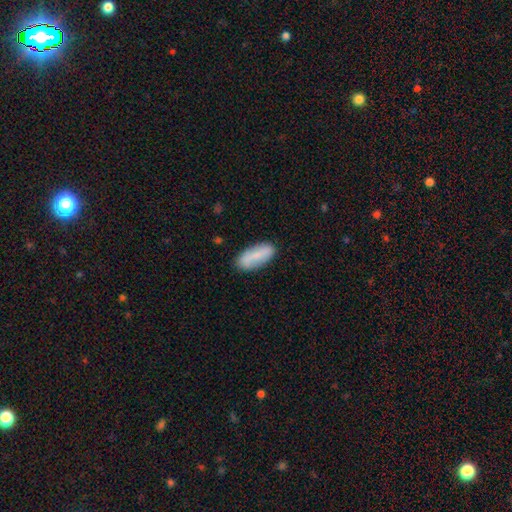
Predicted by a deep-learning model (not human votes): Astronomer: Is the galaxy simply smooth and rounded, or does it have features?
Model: smooth — 71%.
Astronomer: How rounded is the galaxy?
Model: in between — 77%.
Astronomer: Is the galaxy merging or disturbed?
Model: none — 82%.